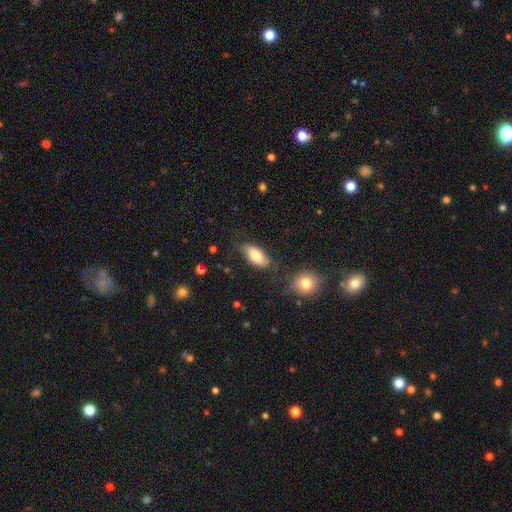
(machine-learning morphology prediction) smooth 77%, featured or disk 16%, star or artifact 7%. Down the decision tree: how rounded — in between (90%); merging — none (66%).